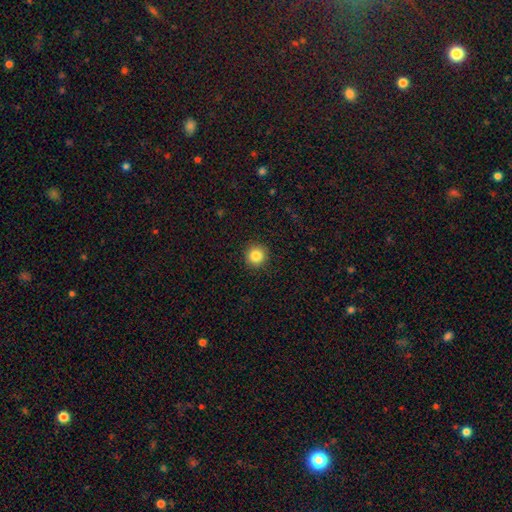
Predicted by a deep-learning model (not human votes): smooth 85%, star or artifact 11%, featured or disk 5%. Down the decision tree: how rounded — round (94%); merging — none (92%).